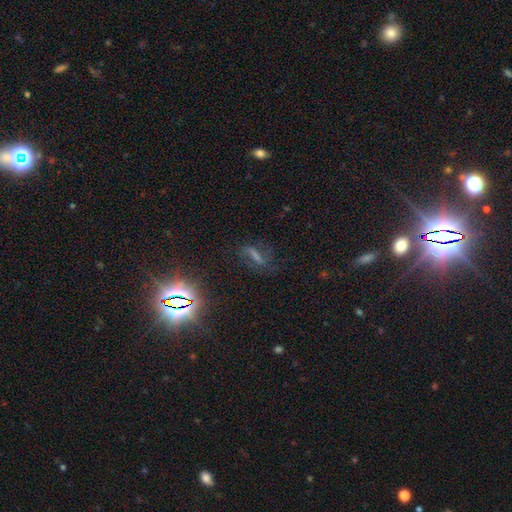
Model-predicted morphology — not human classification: Overall: featured or disk (40%; star or artifact 35%). Merging: none (66%).